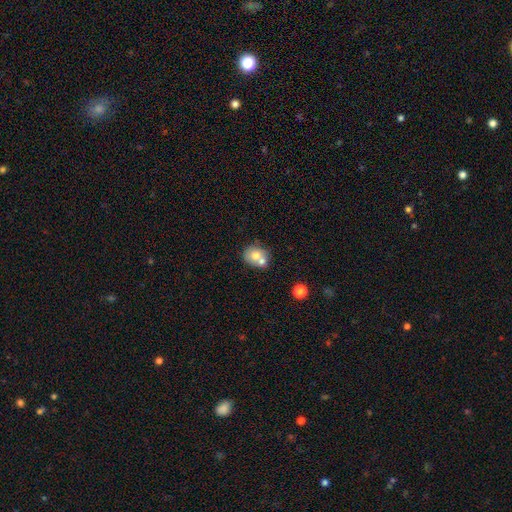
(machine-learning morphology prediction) smooth 69%, featured or disk 22%, star or artifact 9%. Down the decision tree: how rounded — round (70%); merging — merger (46%).